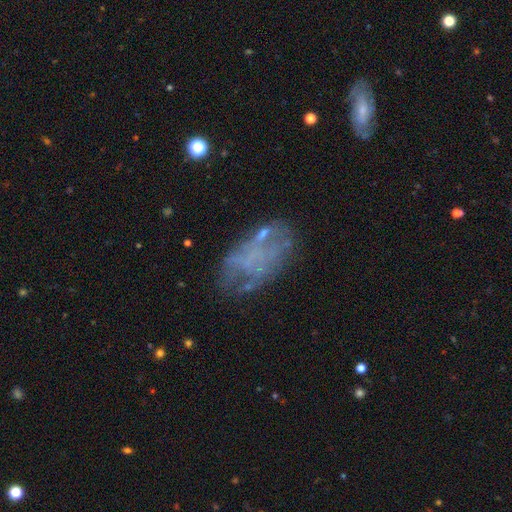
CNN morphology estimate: Smooth or featured?
  - featured or disk: 55% *
  - smooth: 30%
  - star or artifact: 15%
Edge-on disk?
  - no: 96% *
  - yes: 4%
Bar?
  - no: 88% *
  - weak: 9%
  - strong: 3%
Spiral arms?
  - no: 82% *
  - yes: 18%
Bulge size?
  - none: 81% *
  - small: 11%
  - moderate: 5%
  - large: 2%
  - dominant: 1%
Merging?
  - none: 50% *
  - minor disturbance: 22%
  - major disturbance: 21%
  - merger: 6%